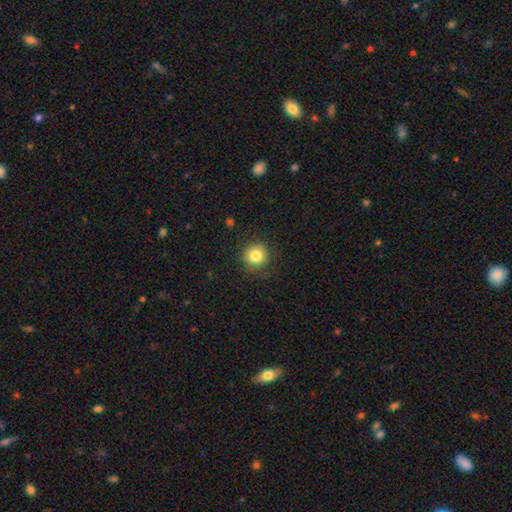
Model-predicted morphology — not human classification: Smooth or featured? smooth (82%)
How rounded? round (92%)
Merging? none (84%)